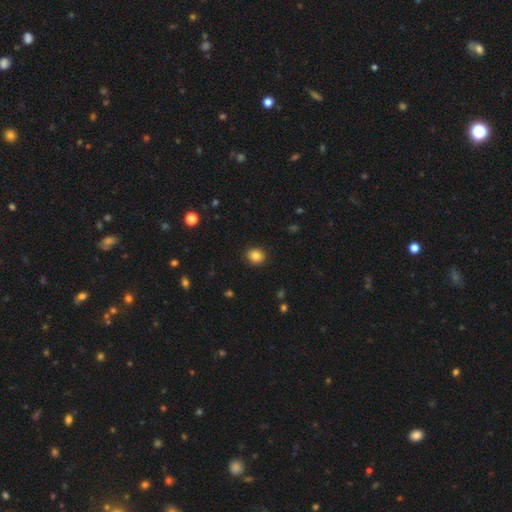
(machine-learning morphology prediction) smooth-or-featured: smooth: 83% | star or artifact: 10% | featured or disk: 7%
  how-rounded: round: 77% | in between: 22% | cigar-shaped: 1%
  merging: none: 90% | minor disturbance: 7% | major disturbance: 2% | merger: 1%